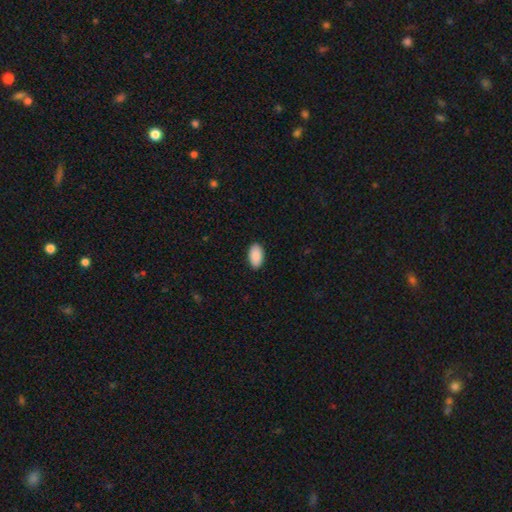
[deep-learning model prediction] A smooth galaxy with no disk features (91%) that is in between round and cigar-shaped (95%). Merging: none (90%).